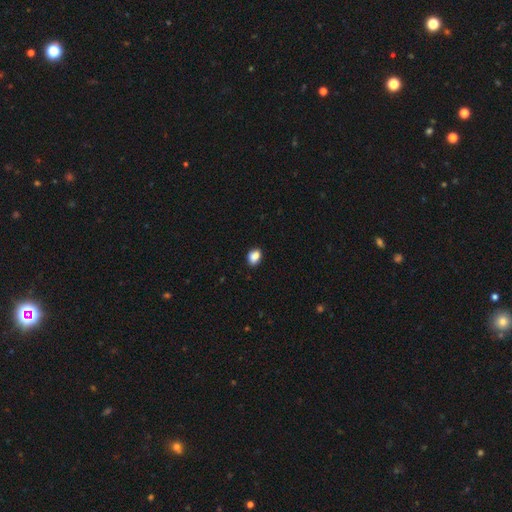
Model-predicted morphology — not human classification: Overall: smooth (87%). How rounded: in between (72%). Merging: none (81%).